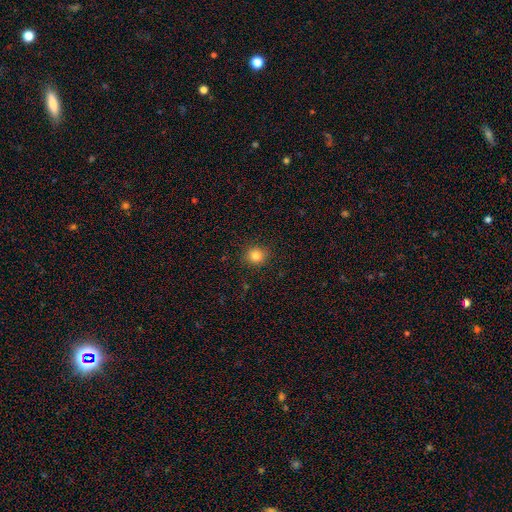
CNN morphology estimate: This is clearly a smooth galaxy (83%). How rounded: clearly round (89%). Merging: clearly none (90%).